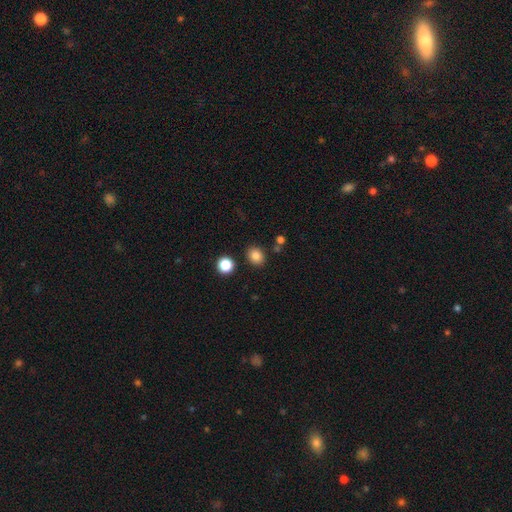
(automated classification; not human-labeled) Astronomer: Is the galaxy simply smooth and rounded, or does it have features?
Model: smooth — 83%.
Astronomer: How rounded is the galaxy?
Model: round — 66%.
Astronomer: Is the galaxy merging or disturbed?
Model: none — 85%.